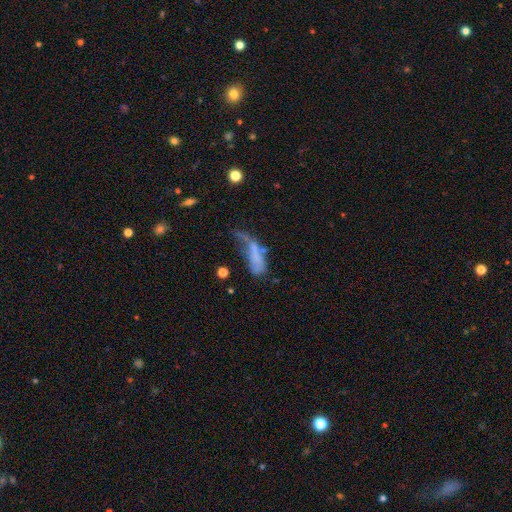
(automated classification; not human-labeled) A smooth galaxy with no disk features (54%) that is in between round and cigar-shaped (64%).

Vote fractions:
- Smooth or featured? smooth: 54% / featured or disk: 33% / star or artifact: 13%
- How rounded? in between: 64% / cigar-shaped: 33% / round: 4%
- Merging? major disturbance: 50% / minor disturbance: 20% / none: 17% / merger: 13%